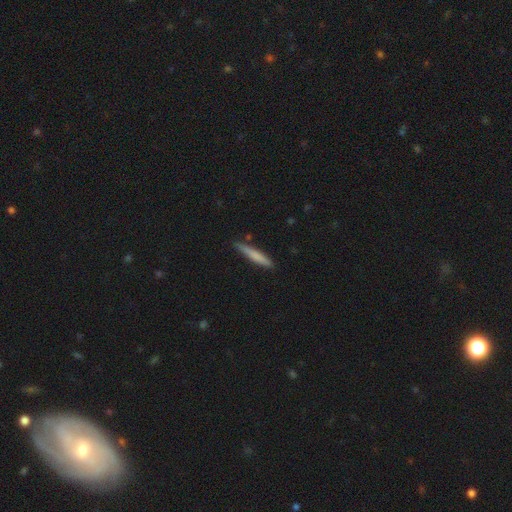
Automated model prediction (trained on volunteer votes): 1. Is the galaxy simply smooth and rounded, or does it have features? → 70% smooth, 24% featured or disk, 5% star or artifact.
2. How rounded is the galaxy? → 93% cigar-shaped, 5% in between, 1% round.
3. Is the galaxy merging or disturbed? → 81% none, 15% minor disturbance, 2% merger, 2% major disturbance.